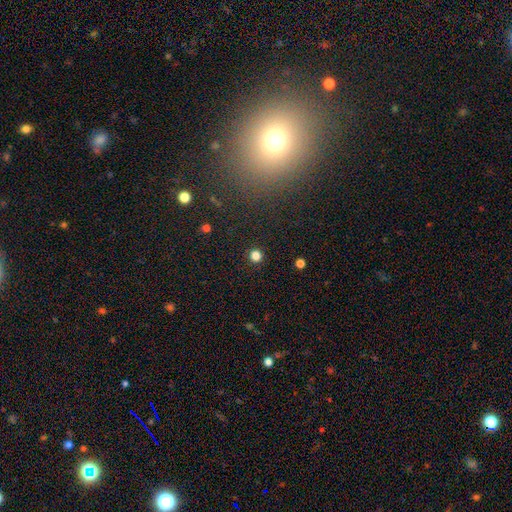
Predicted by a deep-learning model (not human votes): smooth_or_featured: smooth (p=0.81) [alt: star or artifact p=0.15]
how_rounded: round (p=0.94) [alt: in between p=0.05]
merging: none (p=0.93) [alt: minor disturbance p=0.04]